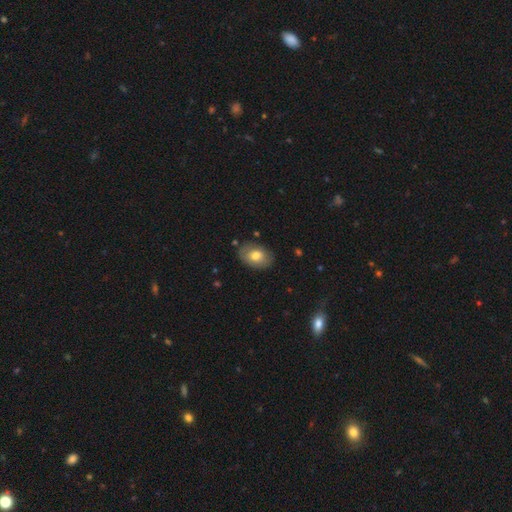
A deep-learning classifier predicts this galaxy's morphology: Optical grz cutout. It shows a smooth galaxy with no disk features (75%) that is in between round and cigar-shaped (81%). Merging: none (83%).